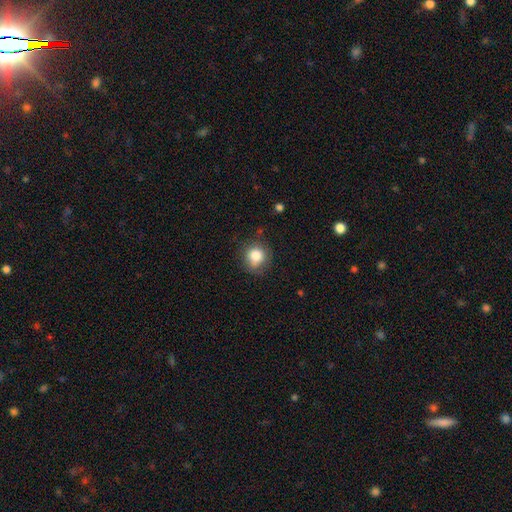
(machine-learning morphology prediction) A smooth galaxy with no disk features (83%) that is round (86%).

Vote fractions:
- Smooth or featured? smooth: 83% / star or artifact: 9% / featured or disk: 7%
- How rounded? round: 86% / in between: 13% / cigar-shaped: 1%
- Merging? none: 73% / minor disturbance: 20% / major disturbance: 5% / merger: 2%